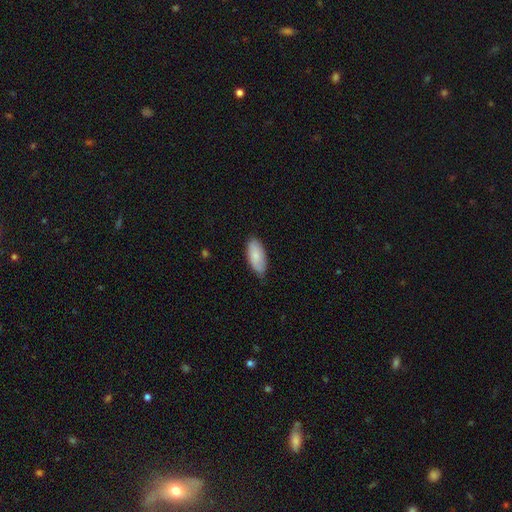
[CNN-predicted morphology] The model was most divided on "merging": none: 75%, minor disturbance: 21%, major disturbance: 3%, merger: 1%. More confident: how rounded — in between (89%); smooth or featured — smooth (80%).